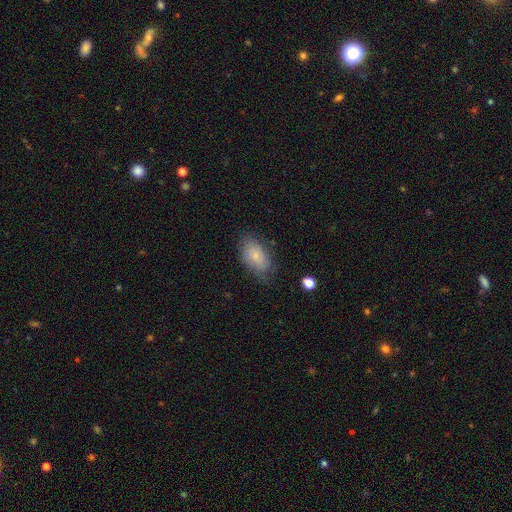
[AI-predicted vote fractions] This is likely a smooth galaxy (72%). How rounded: clearly in between (92%). Merging: likely none (65%).